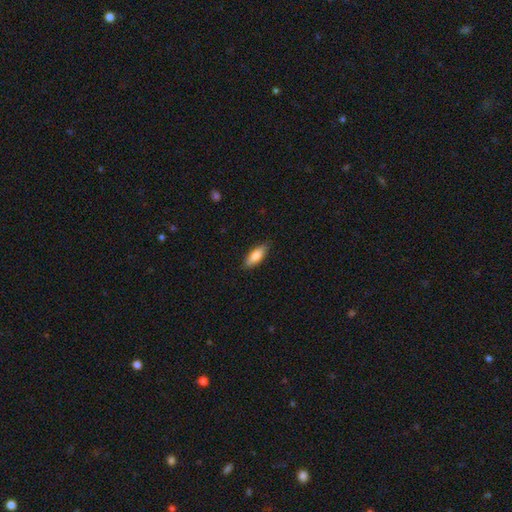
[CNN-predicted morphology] smooth 81%, featured or disk 13%, star or artifact 6%. Down the decision tree: how rounded — in between (71%); merging — none (84%).